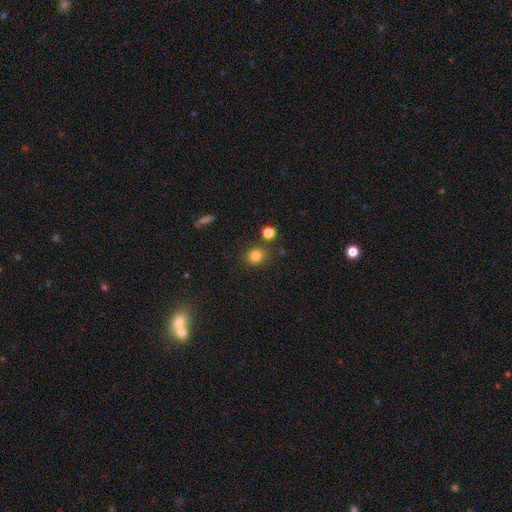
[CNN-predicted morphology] A smooth galaxy with no disk features (82%) that is round (76%).

Vote fractions:
- Smooth or featured? smooth: 82% / star or artifact: 12% / featured or disk: 5%
- How rounded? round: 76% / in between: 23% / cigar-shaped: 1%
- Merging? none: 81% / minor disturbance: 10% / merger: 6% / major disturbance: 3%